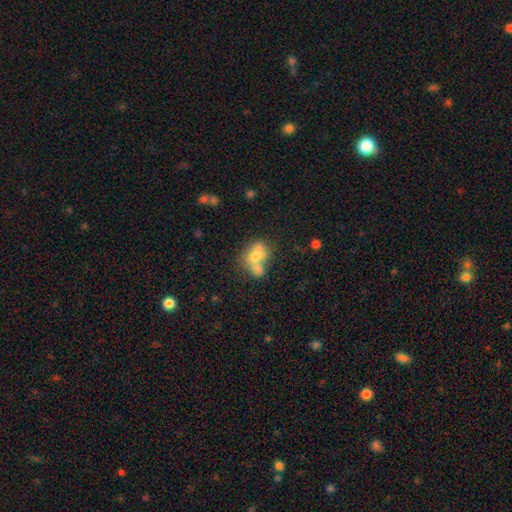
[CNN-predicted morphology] smooth 55%, featured or disk 31%, star or artifact 13%. Down the decision tree: how rounded — in between (61%); merging — merger (55%).